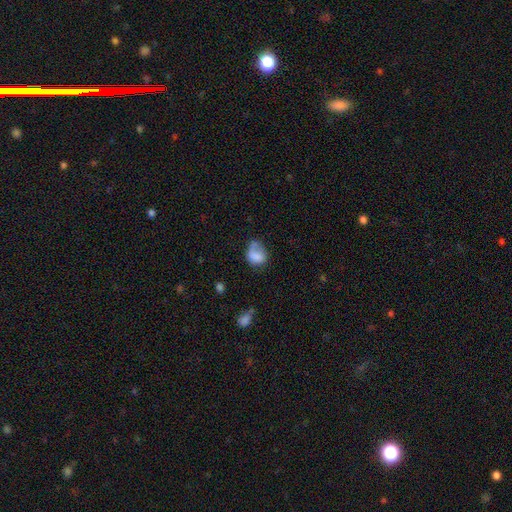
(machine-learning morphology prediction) This is likely a smooth galaxy (70%). How rounded: possibly in between (57%). Merging: marginally none (34%).